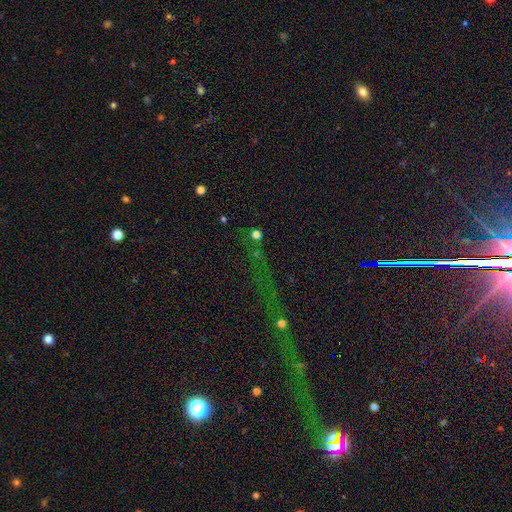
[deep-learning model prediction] Smooth or featured: star or artifact — 82% (smooth — 10%)